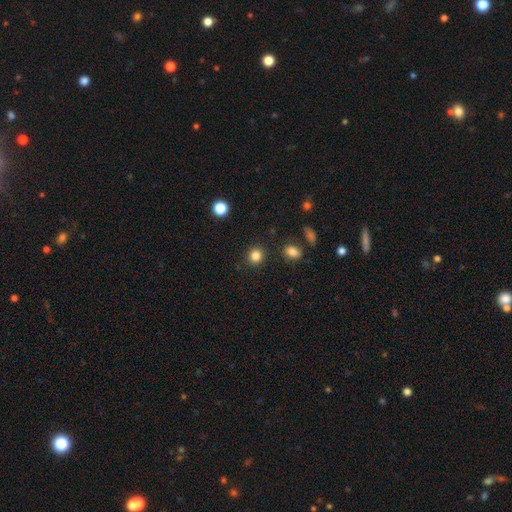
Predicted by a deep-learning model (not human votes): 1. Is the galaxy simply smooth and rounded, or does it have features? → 84% smooth, 11% star or artifact, 4% featured or disk.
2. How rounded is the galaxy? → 86% round, 13% in between, 1% cigar-shaped.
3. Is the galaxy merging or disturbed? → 89% none, 6% minor disturbance, 2% major disturbance, 2% merger.